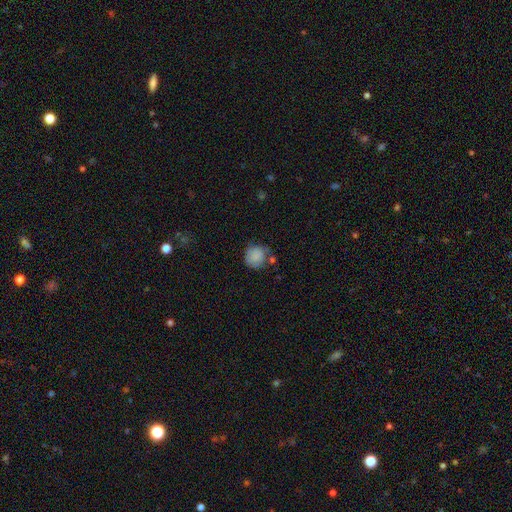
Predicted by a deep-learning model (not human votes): smooth_or_featured: smooth (p=0.84) [alt: star or artifact p=0.08]
how_rounded: round (p=0.88) [alt: in between p=0.11]
merging: none (p=0.62) [alt: minor disturbance p=0.22]